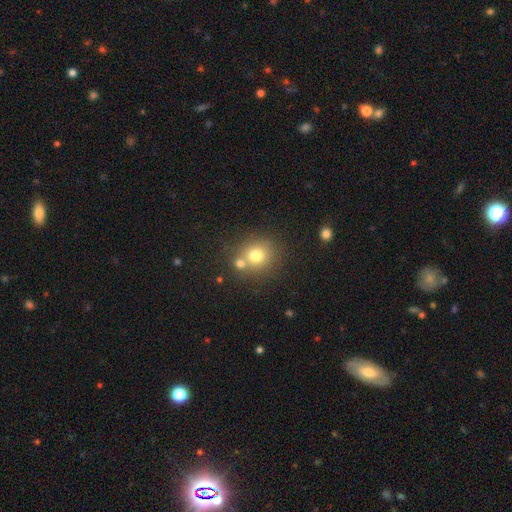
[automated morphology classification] Q: Smooth or featured?
A: smooth (75%); runner-up: star or artifact (13%)
Q: How rounded?
A: round (85%); runner-up: in between (14%)
Q: Merging?
A: none (62%); runner-up: merger (26%)